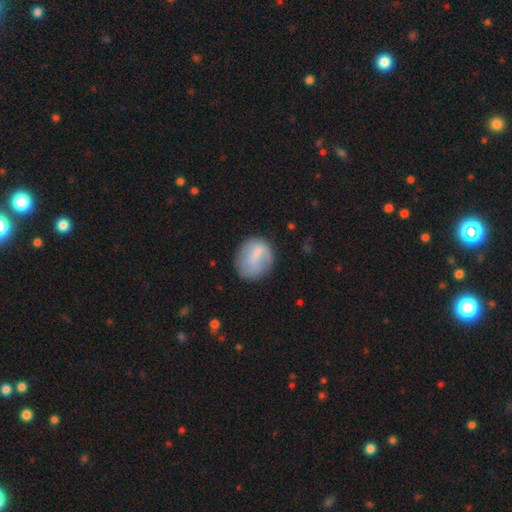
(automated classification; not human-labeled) This appears to be a smooth galaxy with no disk features (69%) that is round (65%). Merging: none (62%).